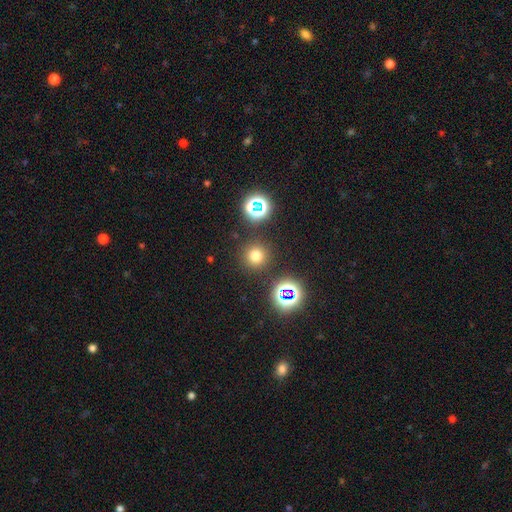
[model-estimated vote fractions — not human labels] Overall: smooth (69%). How rounded: round (95%). Merging: none (87%).